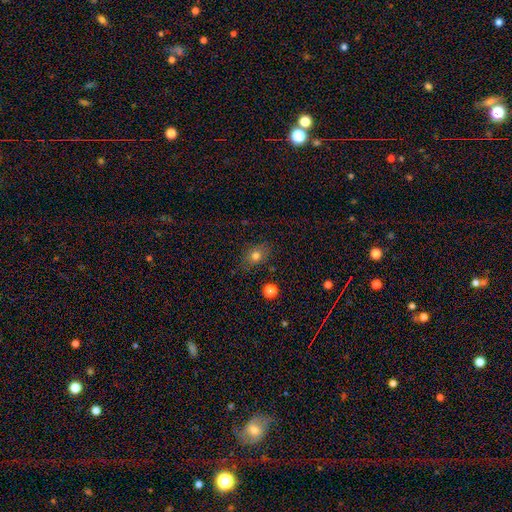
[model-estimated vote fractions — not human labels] smooth-or-featured: smooth: 77% | star or artifact: 12% | featured or disk: 11%
  how-rounded: in between: 60% | round: 38% | cigar-shaped: 2%
  merging: none: 81% | minor disturbance: 14% | major disturbance: 4% | merger: 2%